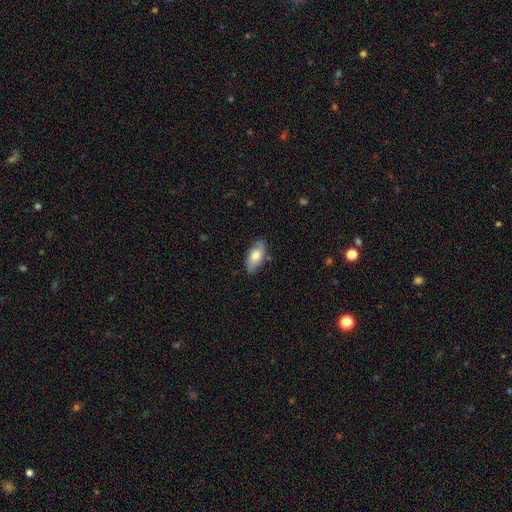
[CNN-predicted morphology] Smooth or featured?
  - smooth: 68% *
  - featured or disk: 26%
  - star or artifact: 6%
How rounded?
  - in between: 89% *
  - cigar-shaped: 8%
  - round: 3%
Merging?
  - none: 81% *
  - minor disturbance: 15%
  - major disturbance: 3%
  - merger: 2%